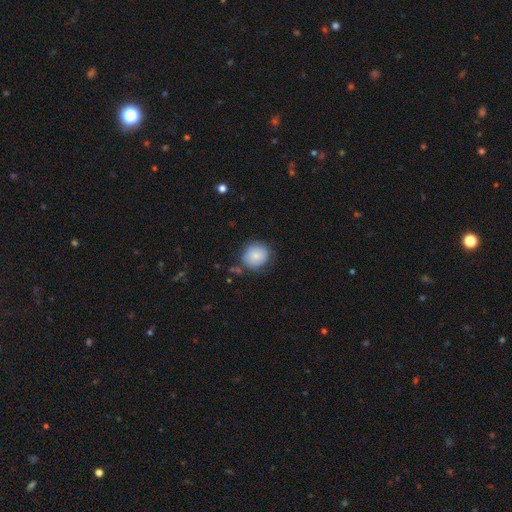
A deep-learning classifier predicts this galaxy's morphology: smooth_or_featured: smooth (p=0.79) [alt: featured or disk p=0.13]
how_rounded: round (p=0.83) [alt: in between p=0.16]
merging: none (p=0.70) [alt: minor disturbance p=0.21]